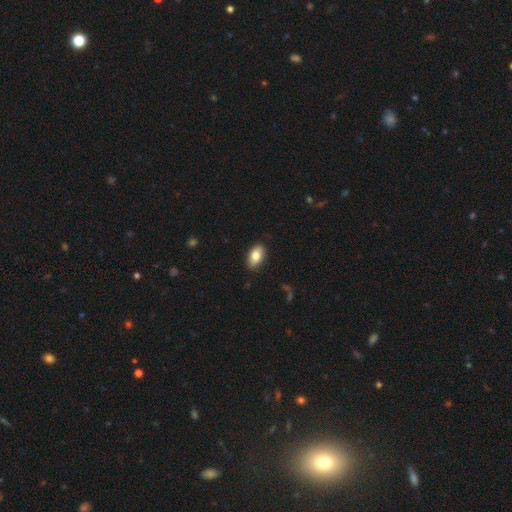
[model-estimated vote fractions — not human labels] Overall: smooth (82%). How rounded: in between (93%). Merging: none (88%).